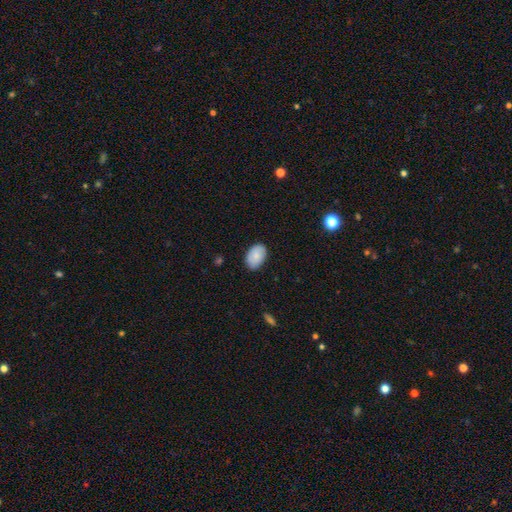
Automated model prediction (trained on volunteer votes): Smooth or featured: smooth — 82% (featured or disk — 11%)
How rounded: in between — 88% (round — 11%)
Merging: none — 84% (minor disturbance — 13%)